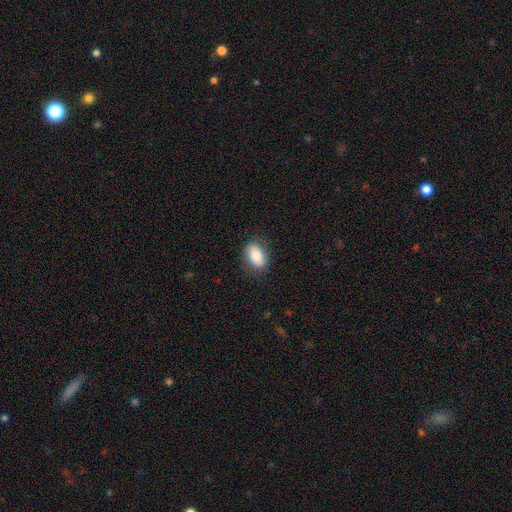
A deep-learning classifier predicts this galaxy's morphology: A smooth galaxy with no disk features (79%) that is in between round and cigar-shaped (86%). Merging: none (80%).